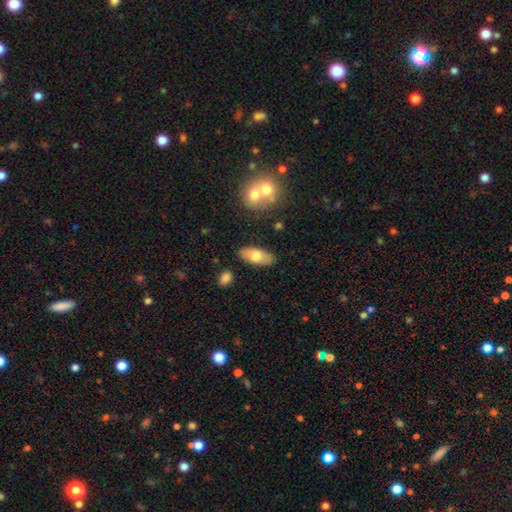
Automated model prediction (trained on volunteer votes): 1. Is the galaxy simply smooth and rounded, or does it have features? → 69% smooth, 25% featured or disk, 6% star or artifact.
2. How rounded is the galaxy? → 81% in between, 16% cigar-shaped, 3% round.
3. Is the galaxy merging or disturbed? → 85% none, 10% minor disturbance, 3% merger, 2% major disturbance.